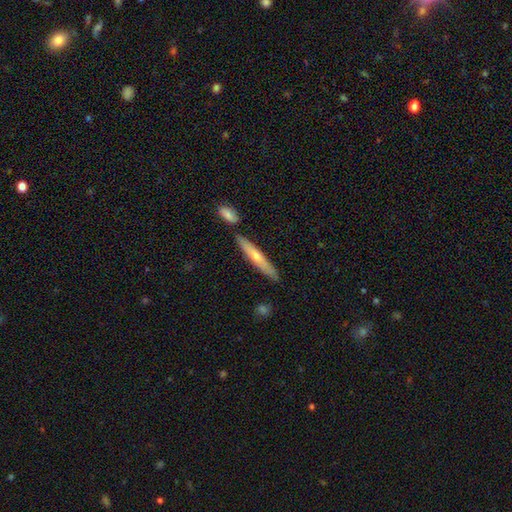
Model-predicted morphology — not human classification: Smooth or featured: featured or disk — 48% (smooth — 46%)
Merging: none — 80% (minor disturbance — 10%)